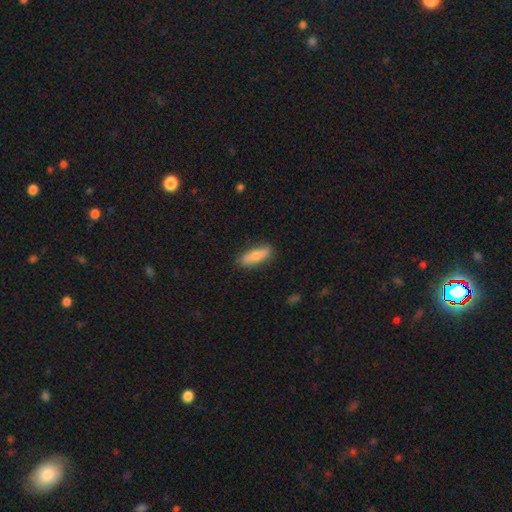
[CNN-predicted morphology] The model was most divided on "how rounded": in between: 61%, cigar-shaped: 37%, round: 2%. More confident: merging — none (83%); smooth or featured — smooth (75%).